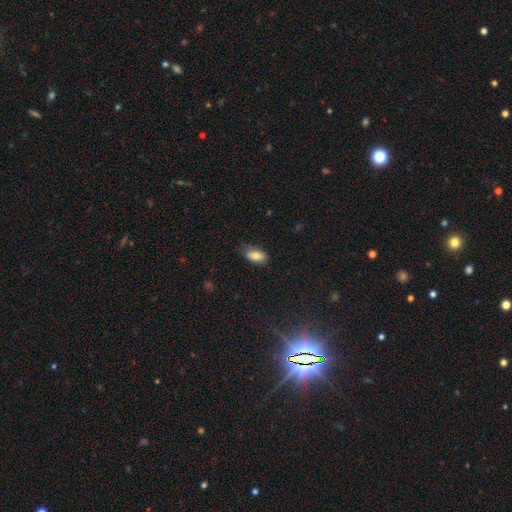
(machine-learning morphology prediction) This appears to be a smooth galaxy with no disk features (78%) that is in between round and cigar-shaped (89%). Merging: none (68%).